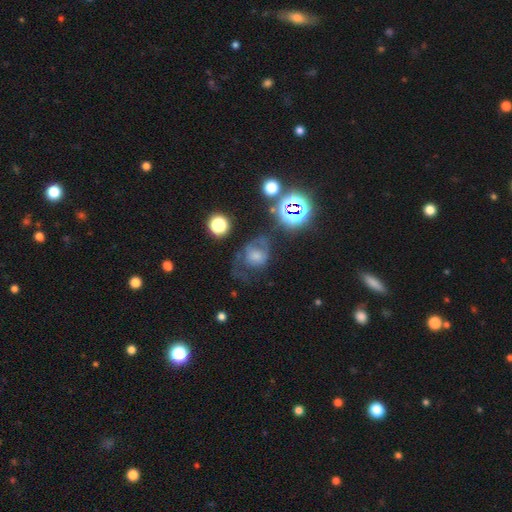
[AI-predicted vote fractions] Morphology: type=featured or disk (41%); merging=none (46%).